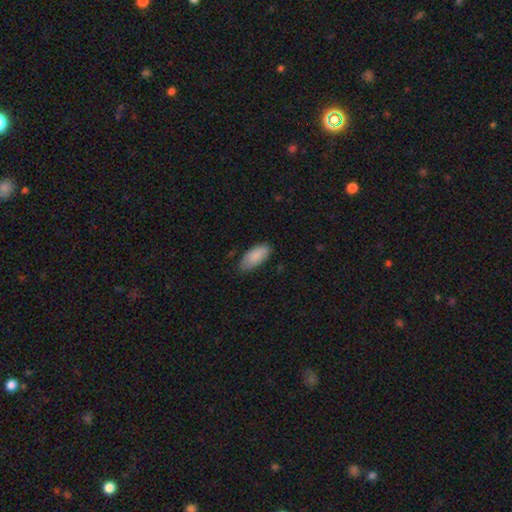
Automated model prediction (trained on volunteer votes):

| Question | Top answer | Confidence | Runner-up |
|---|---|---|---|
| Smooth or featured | smooth | 88% | featured or disk (6%) |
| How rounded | in between | 89% | cigar-shaped (10%) |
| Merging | none | 77% | minor disturbance (19%) |